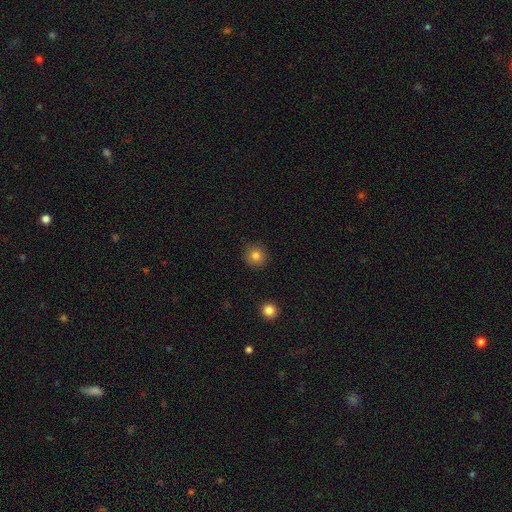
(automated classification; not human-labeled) The model was most divided on "smooth or featured": smooth: 81%, star or artifact: 12%, featured or disk: 7%. More confident: how rounded — round (93%); merging — none (91%).